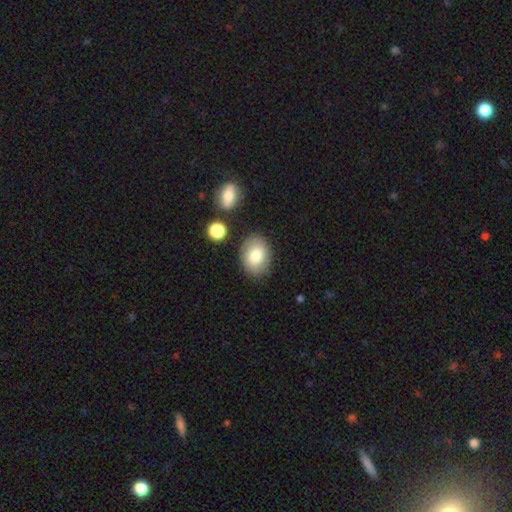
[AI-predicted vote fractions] Smooth or featured?
  - smooth: 81% *
  - featured or disk: 12%
  - star or artifact: 8%
How rounded?
  - in between: 72% *
  - round: 27%
  - cigar-shaped: 1%
Merging?
  - none: 83% *
  - minor disturbance: 11%
  - merger: 3%
  - major disturbance: 3%